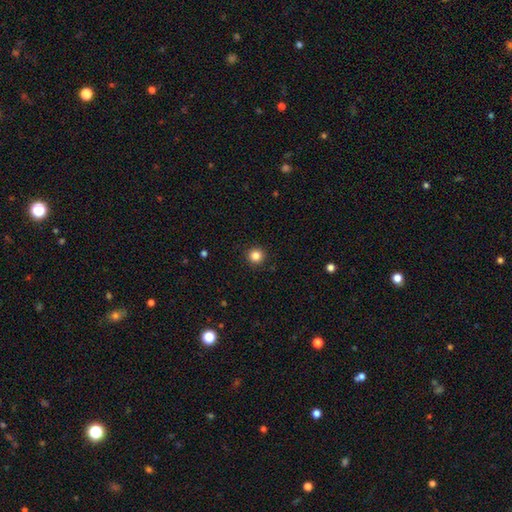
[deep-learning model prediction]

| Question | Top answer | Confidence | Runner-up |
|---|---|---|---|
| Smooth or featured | smooth | 84% | star or artifact (11%) |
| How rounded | round | 96% | in between (4%) |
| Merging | none | 93% | minor disturbance (5%) |